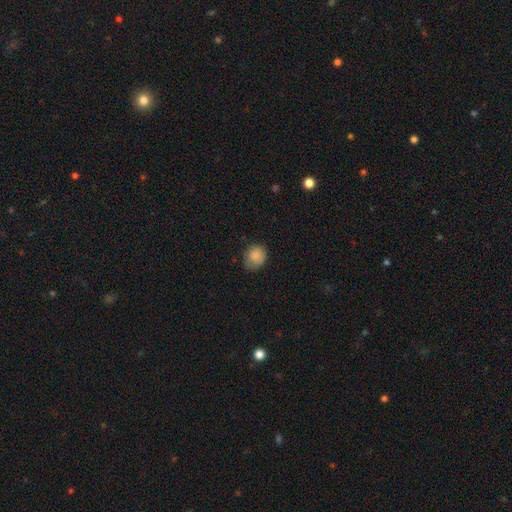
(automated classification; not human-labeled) Overall: smooth (86%). How rounded: round (70%). Merging: none (65%; minor disturbance 27%).